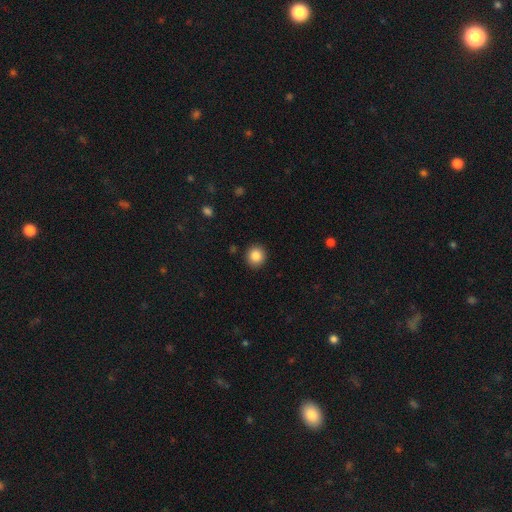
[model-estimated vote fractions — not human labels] Smooth or featured? Predicted: smooth (p=0.85). How rounded? Predicted: round (p=0.90). Merging? Predicted: none (p=0.92).